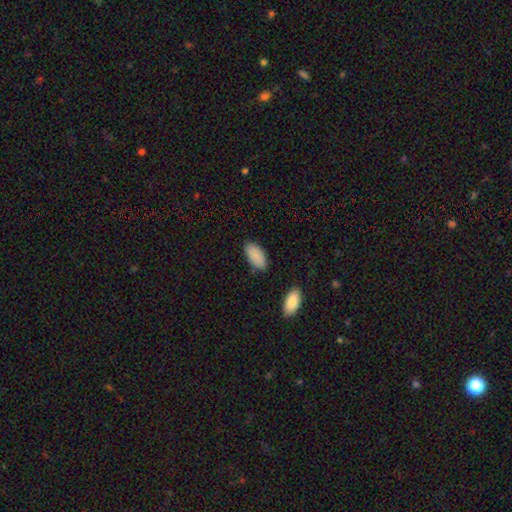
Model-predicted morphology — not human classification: Smooth or featured? smooth (89%)
How rounded? in between (92%)
Merging? none (81%)